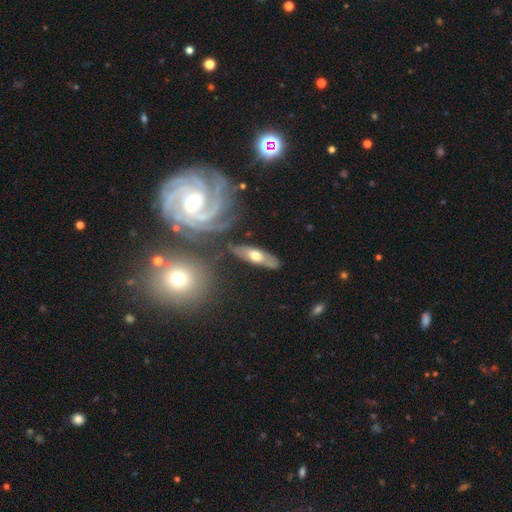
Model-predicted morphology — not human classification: The model was most divided on "smooth or featured": featured or disk: 53%, smooth: 40%, star or artifact: 6%. More confident: merging — none (75%); edge-on disk — no (61%).